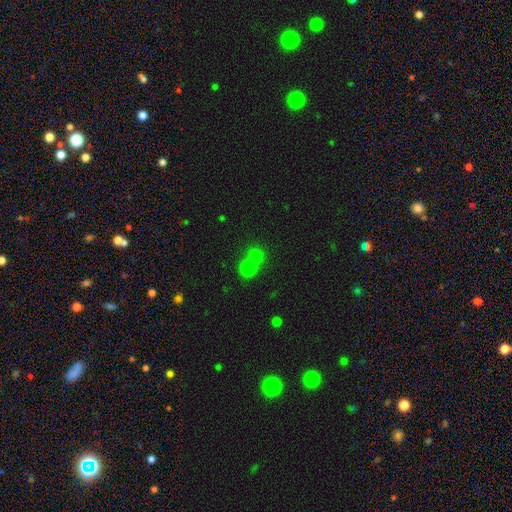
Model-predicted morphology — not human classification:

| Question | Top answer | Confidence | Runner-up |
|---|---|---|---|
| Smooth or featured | smooth | 75% | star or artifact (18%) |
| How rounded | round | 88% | in between (11%) |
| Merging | none | 54% | merger (37%) |